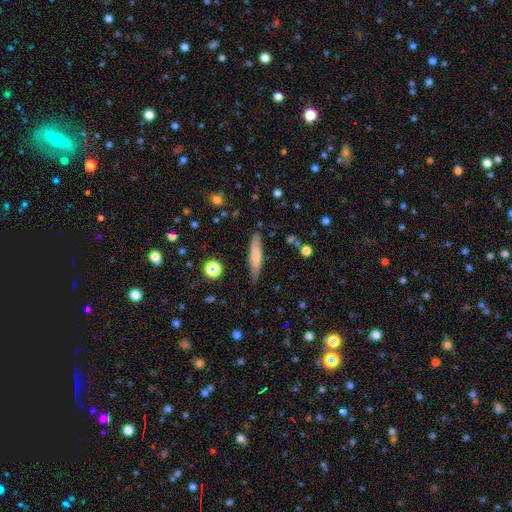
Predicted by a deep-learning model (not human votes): A smooth galaxy with no disk features (69%) that is cigar-shaped (86%). Merging: none (83%).